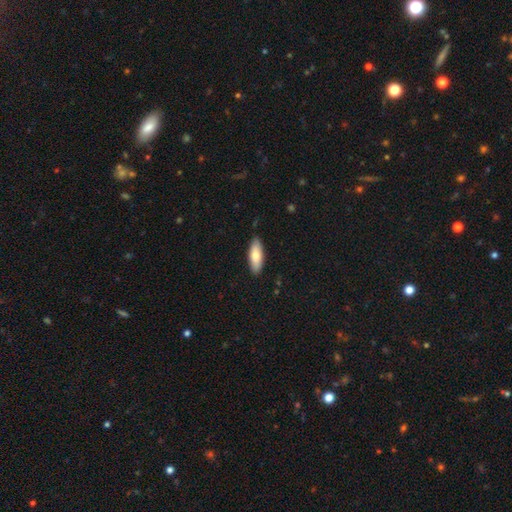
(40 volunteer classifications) Smooth or featured? smooth (72%)
How rounded? in between (52%)
Merging? none (91%)